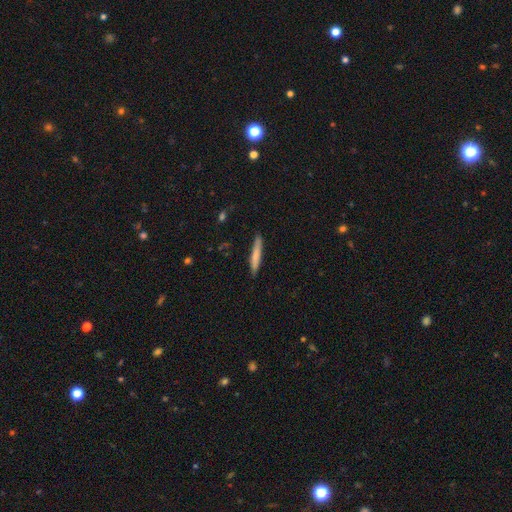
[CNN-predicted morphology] smooth-or-featured: smooth: 74% | featured or disk: 20% | star or artifact: 6%
  how-rounded: cigar-shaped: 94% | in between: 5% | round: 1%
  merging: none: 86% | minor disturbance: 10% | major disturbance: 2% | merger: 1%